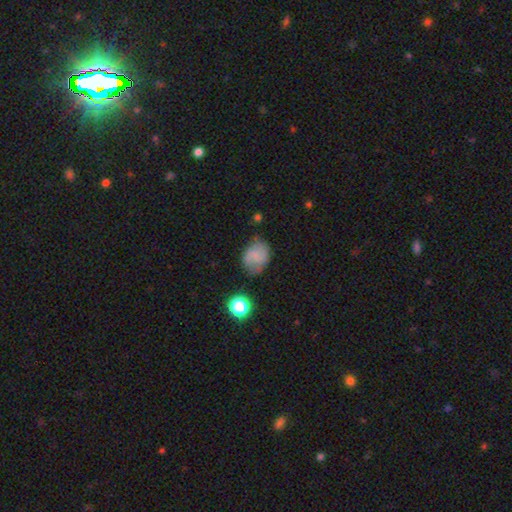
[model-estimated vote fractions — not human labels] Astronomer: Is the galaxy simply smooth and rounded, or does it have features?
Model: smooth — 62%.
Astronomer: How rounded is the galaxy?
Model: in between — 57% (runner-up: round, 42%).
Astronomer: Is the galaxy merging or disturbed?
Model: none — 59%.